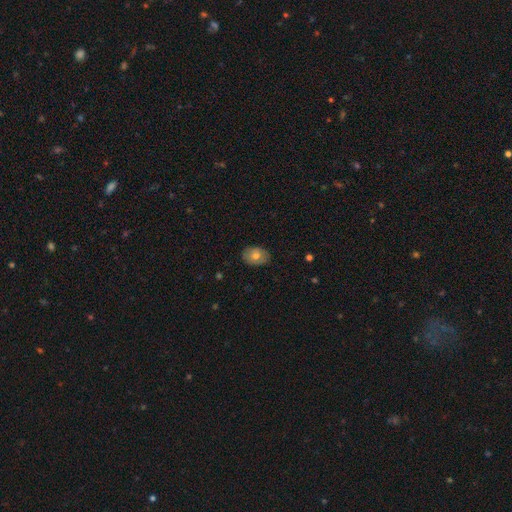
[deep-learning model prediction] This is likely a smooth galaxy (69%). How rounded: likely in between (79%). Merging: clearly none (85%).